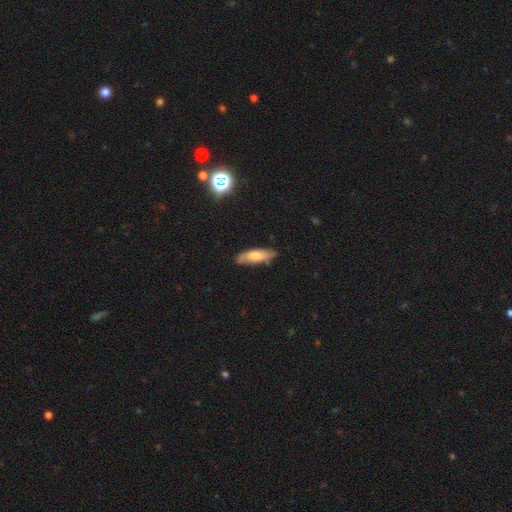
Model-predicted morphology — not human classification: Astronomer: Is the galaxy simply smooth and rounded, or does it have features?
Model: smooth — 68%.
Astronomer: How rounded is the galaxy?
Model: cigar-shaped — 50% (runner-up: in between, 48%).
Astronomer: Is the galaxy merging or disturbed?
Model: none — 77%.